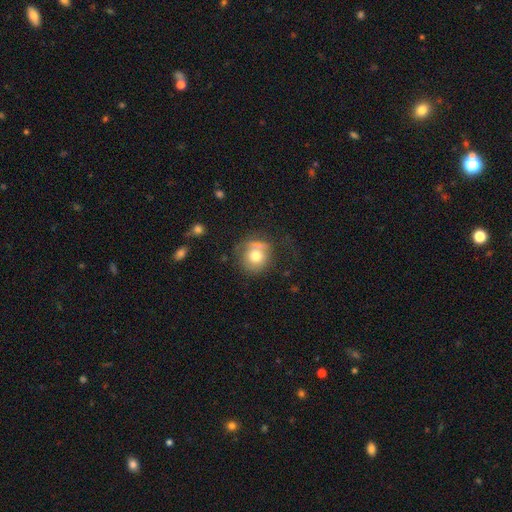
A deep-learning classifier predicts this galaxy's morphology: Q: Smooth or featured?
A: smooth (69%); runner-up: featured or disk (22%)
Q: How rounded?
A: round (87%); runner-up: in between (12%)
Q: Merging?
A: none (55%); runner-up: minor disturbance (23%)